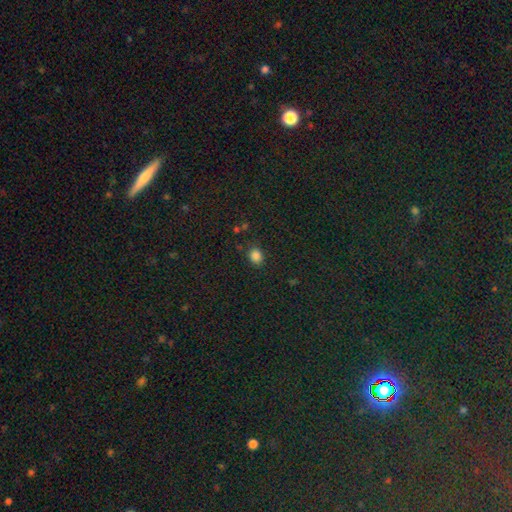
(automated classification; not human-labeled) Overall: smooth (83%). How rounded: round (57%; in between 42%). Merging: none (81%).